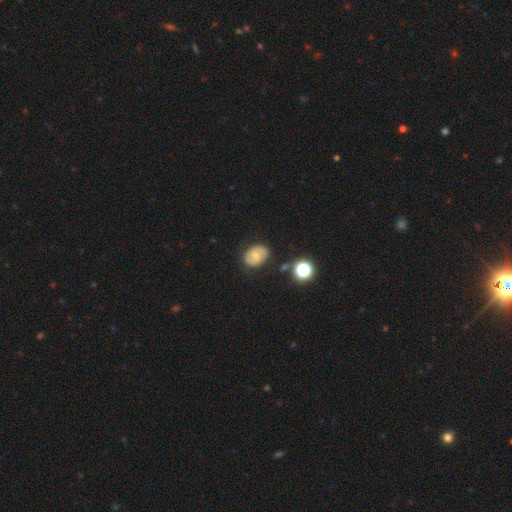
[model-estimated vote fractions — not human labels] A featured or disk galaxy (47%). Merging: none (78%).